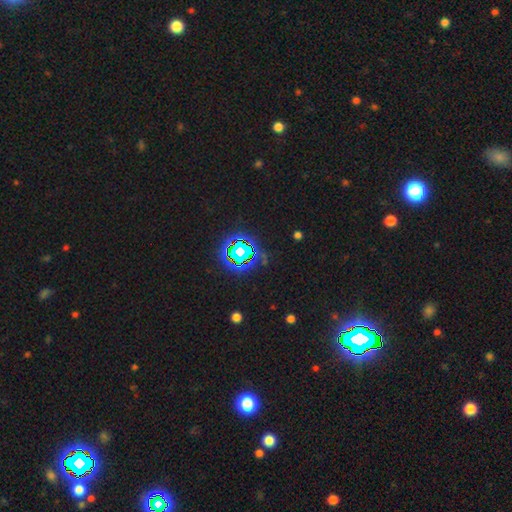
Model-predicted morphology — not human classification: Smooth or featured?
  - star or artifact: 82% *
  - smooth: 11%
  - featured or disk: 7%